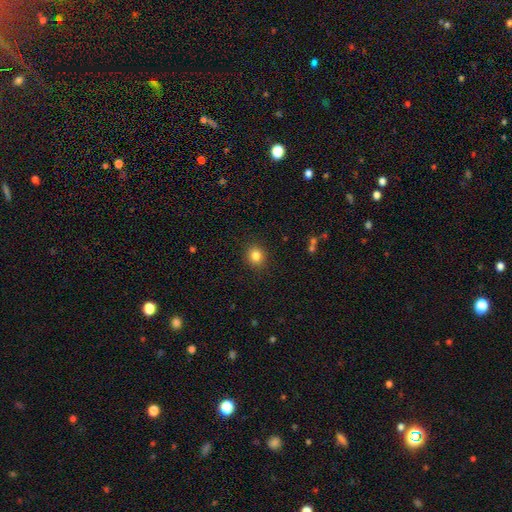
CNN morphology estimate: A smooth galaxy with no disk features (83%) that is round (80%). Merging: none (90%).